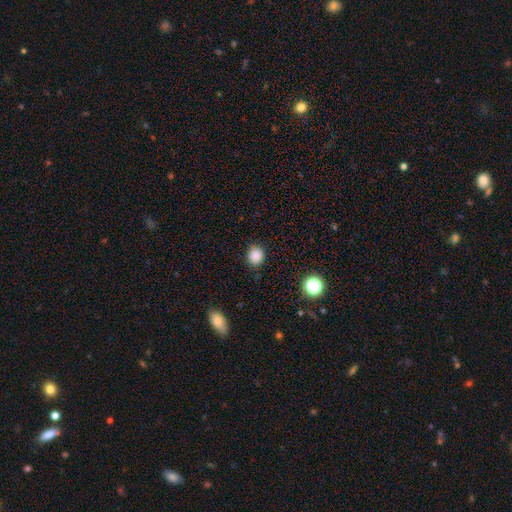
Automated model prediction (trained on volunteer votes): Smooth or featured?
  - smooth: 86% *
  - star or artifact: 11%
  - featured or disk: 3%
How rounded?
  - round: 73% *
  - in between: 26%
  - cigar-shaped: 1%
Merging?
  - none: 86% *
  - minor disturbance: 10%
  - major disturbance: 3%
  - merger: 1%